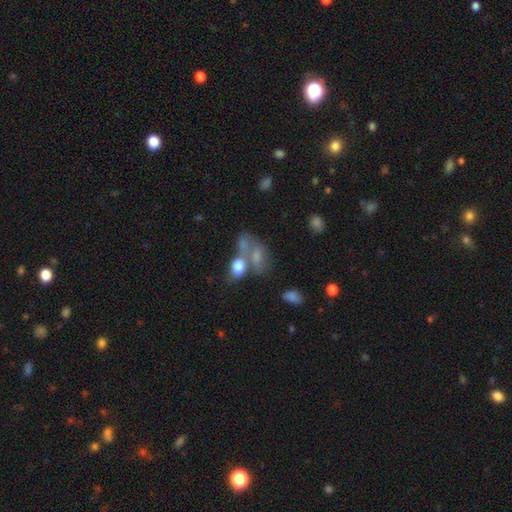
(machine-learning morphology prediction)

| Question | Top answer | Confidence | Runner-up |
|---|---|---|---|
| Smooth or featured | smooth | 61% | featured or disk (23%) |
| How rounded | in between | 79% | round (15%) |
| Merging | merger | 44% | none (29%) |